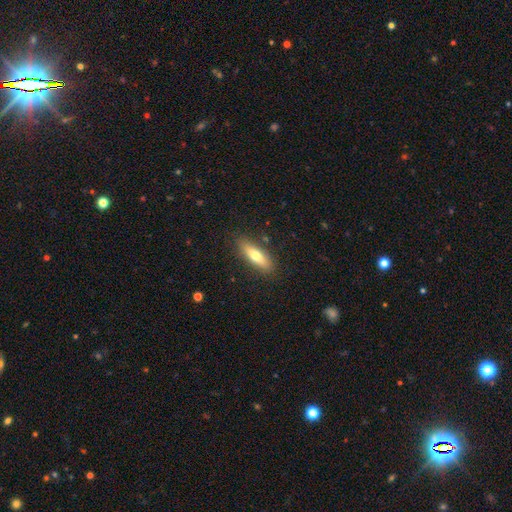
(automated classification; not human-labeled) This appears to be a smooth galaxy with no disk features (70%) that is cigar-shaped (50%). Merging: none (85%).